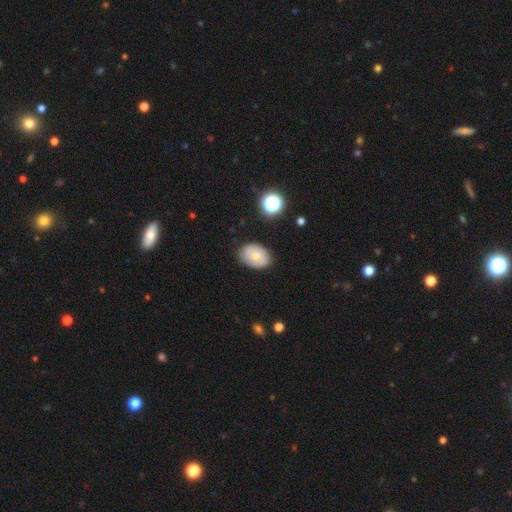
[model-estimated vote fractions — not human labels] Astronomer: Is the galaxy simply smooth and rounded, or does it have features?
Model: smooth — 70%.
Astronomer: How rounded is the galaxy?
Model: in between — 75%.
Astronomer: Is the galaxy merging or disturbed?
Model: none — 80%.